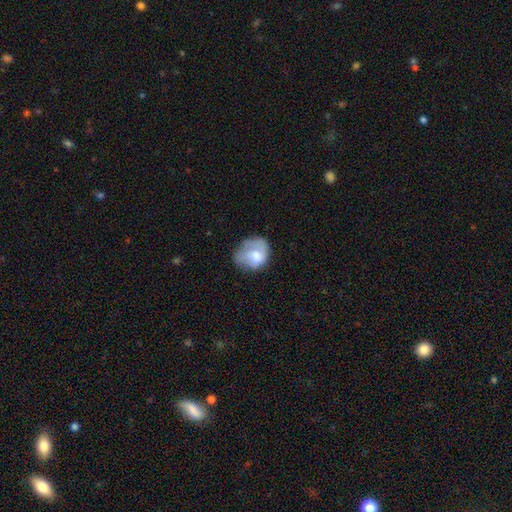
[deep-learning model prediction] A smooth galaxy with no disk features (64%) that is in between round and cigar-shaped (54%).

Vote fractions:
- Smooth or featured? smooth: 64% / featured or disk: 29% / star or artifact: 8%
- How rounded? in between: 54% / round: 45% / cigar-shaped: 1%
- Merging? none: 37% / minor disturbance: 35% / major disturbance: 25% / merger: 3%